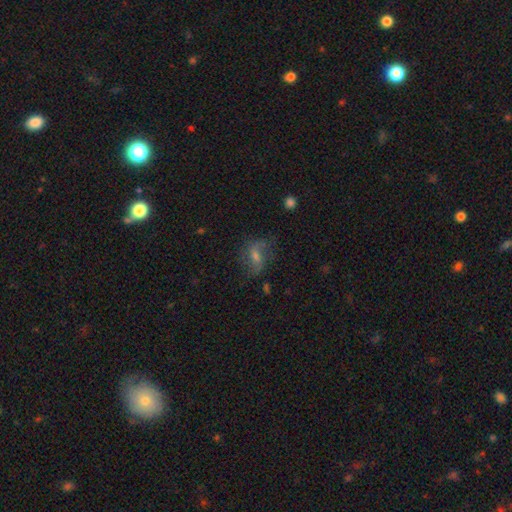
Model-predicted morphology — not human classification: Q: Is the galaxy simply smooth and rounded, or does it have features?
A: featured or disk — 57%.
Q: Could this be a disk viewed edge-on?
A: no — 93%.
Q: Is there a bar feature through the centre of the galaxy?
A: weak — 45%.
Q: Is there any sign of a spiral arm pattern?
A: yes — 82%.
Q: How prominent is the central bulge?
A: small — 43%, tied with moderate.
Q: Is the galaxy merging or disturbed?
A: none — 63%.